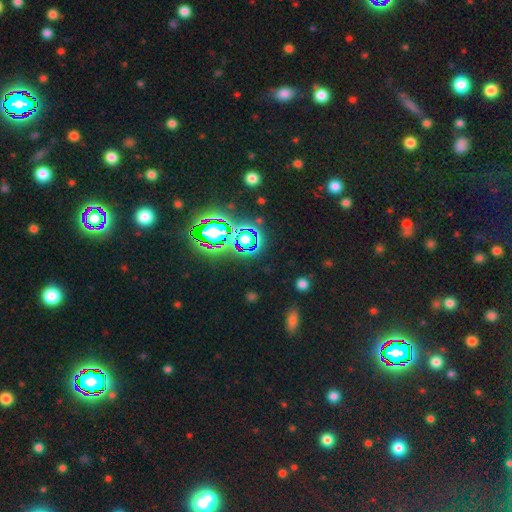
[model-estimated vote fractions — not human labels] Smooth or featured?
  - star or artifact: 75% *
  - smooth: 17%
  - featured or disk: 8%